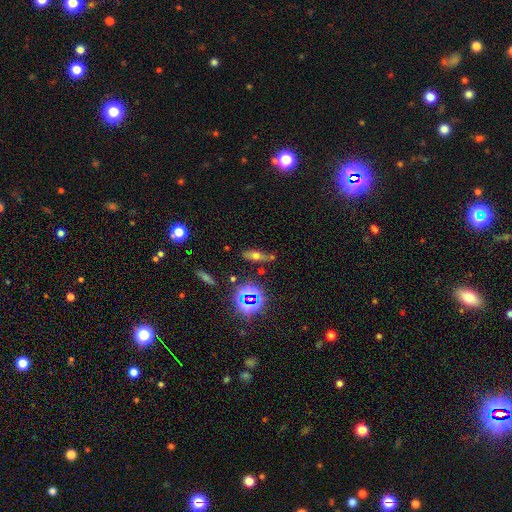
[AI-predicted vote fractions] Morphology: type=smooth (46%); merging=none (71%).